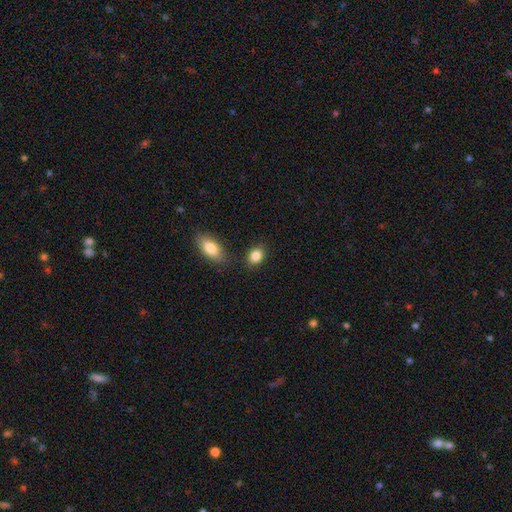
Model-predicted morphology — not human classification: type=smooth (86%); roundness=in between (65%); merging=none (81%).